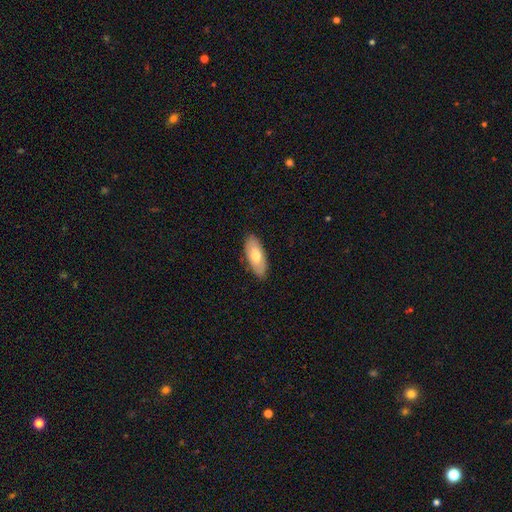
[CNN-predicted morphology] Q: Smooth or featured?
A: smooth (65%); runner-up: featured or disk (30%)
Q: How rounded?
A: in between (86%); runner-up: cigar-shaped (11%)
Q: Merging?
A: none (86%); runner-up: minor disturbance (11%)